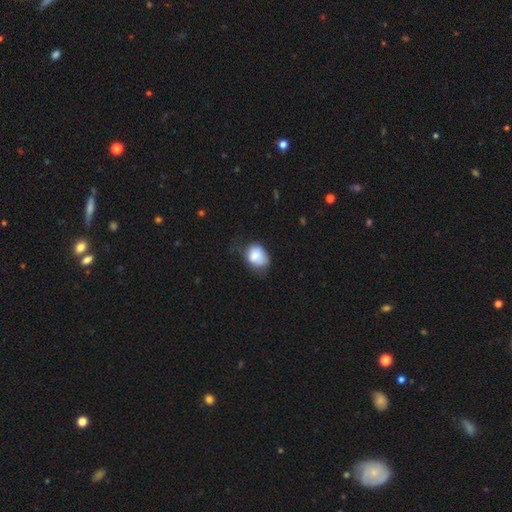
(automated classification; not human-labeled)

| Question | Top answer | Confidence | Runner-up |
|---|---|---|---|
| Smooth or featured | smooth | 79% | featured or disk (12%) |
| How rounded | in between | 60% | round (39%) |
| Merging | none | 40% | minor disturbance (39%) |